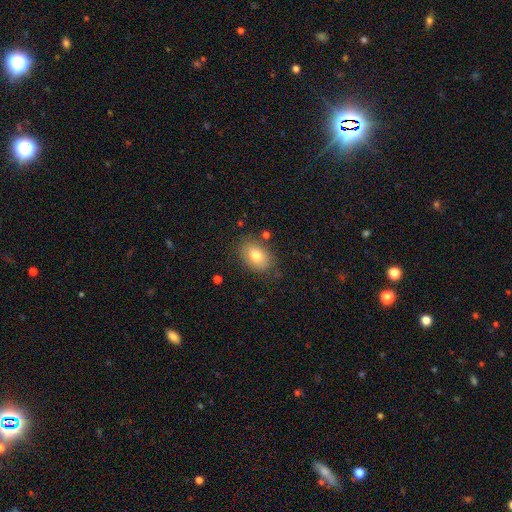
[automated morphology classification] Smooth or featured? Predicted: smooth (p=0.78). How rounded? Predicted: in between (p=0.80). Merging? Predicted: none (p=0.79).